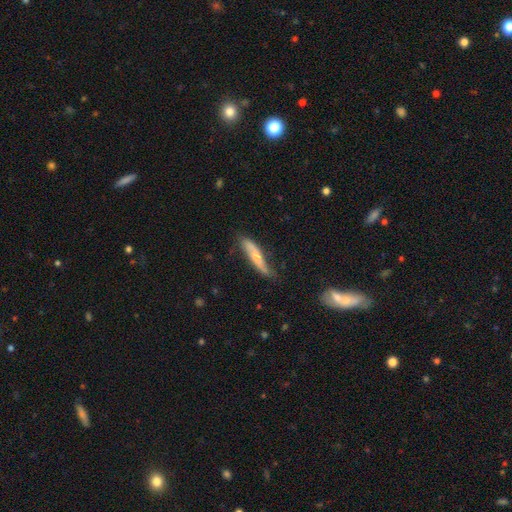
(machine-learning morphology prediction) A smooth galaxy with no disk features (54%) that is cigar-shaped (83%).

Vote fractions:
- Smooth or featured? smooth: 54% / featured or disk: 40% / star or artifact: 6%
- How rounded? cigar-shaped: 83% / in between: 15% / round: 2%
- Merging? none: 56% / minor disturbance: 32% / major disturbance: 9% / merger: 3%